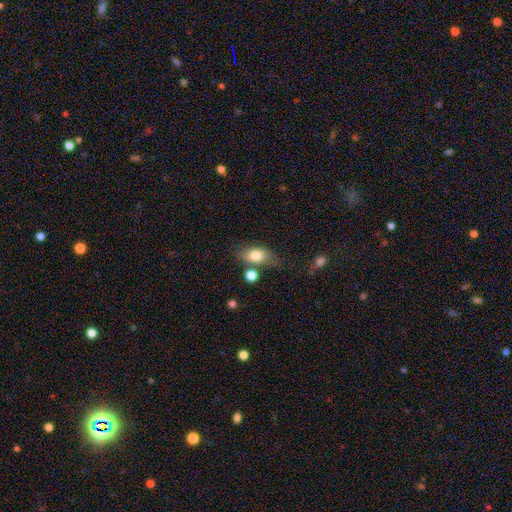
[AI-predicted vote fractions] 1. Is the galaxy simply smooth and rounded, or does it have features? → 79% smooth, 12% featured or disk, 8% star or artifact.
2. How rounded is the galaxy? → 83% in between, 13% round, 3% cigar-shaped.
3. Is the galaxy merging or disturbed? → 65% none, 18% minor disturbance, 11% merger, 6% major disturbance.